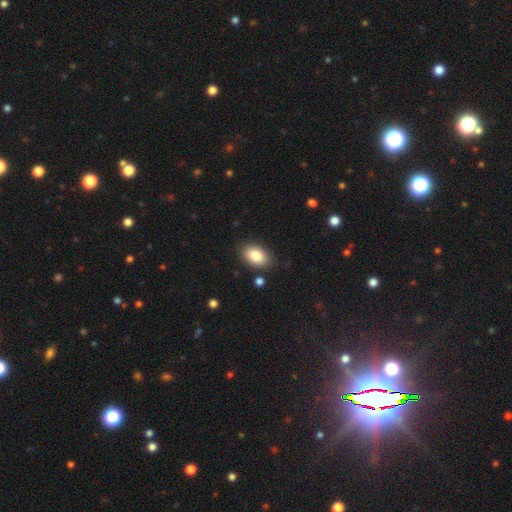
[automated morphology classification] smooth-or-featured: smooth: 86% | featured or disk: 7% | star or artifact: 7%
  how-rounded: in between: 90% | round: 8% | cigar-shaped: 1%
  merging: none: 85% | minor disturbance: 10% | major disturbance: 3% | merger: 2%